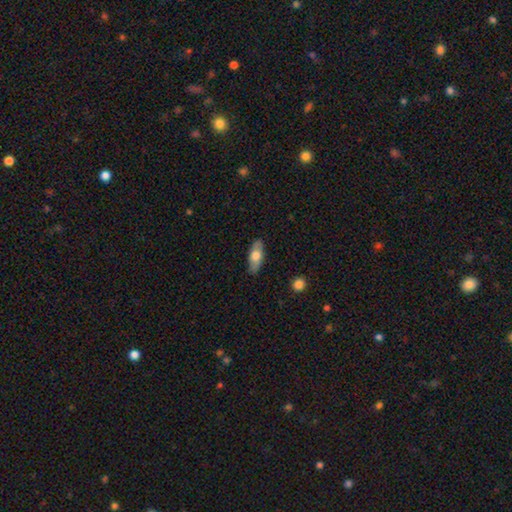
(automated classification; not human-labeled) Smooth or featured: smooth — 65% (featured or disk — 29%)
How rounded: in between — 77% (cigar-shaped — 20%)
Merging: none — 85% (minor disturbance — 12%)